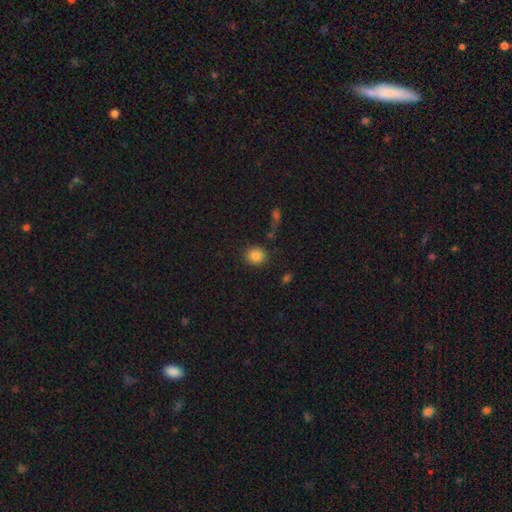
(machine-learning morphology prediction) smooth-or-featured: smooth: 85% | star or artifact: 10% | featured or disk: 5%
  how-rounded: round: 80% | in between: 19% | cigar-shaped: 1%
  merging: none: 85% | minor disturbance: 8% | major disturbance: 4% | merger: 4%